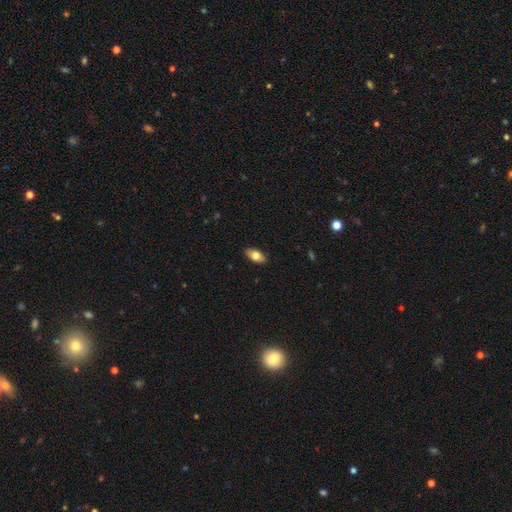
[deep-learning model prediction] Smooth or featured? smooth (76%)
How rounded? in between (90%)
Merging? none (88%)